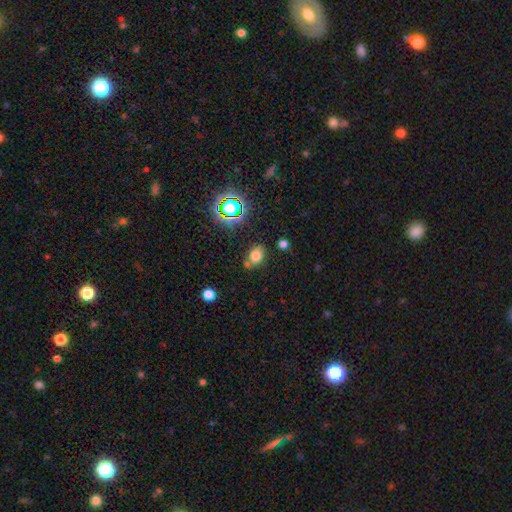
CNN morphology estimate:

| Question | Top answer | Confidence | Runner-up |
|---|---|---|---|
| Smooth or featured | smooth | 74% | star or artifact (17%) |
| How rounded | in between | 68% | round (30%) |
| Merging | none | 68% | minor disturbance (17%) |